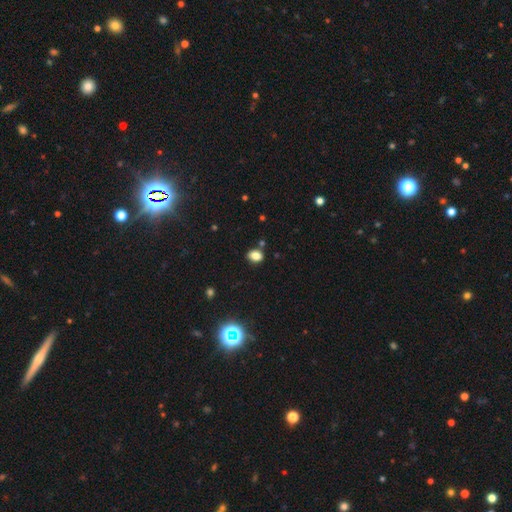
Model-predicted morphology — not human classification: The model was most divided on "how rounded": in between: 65%, round: 34%, cigar-shaped: 1%. More confident: smooth or featured — smooth (82%); merging — none (81%).